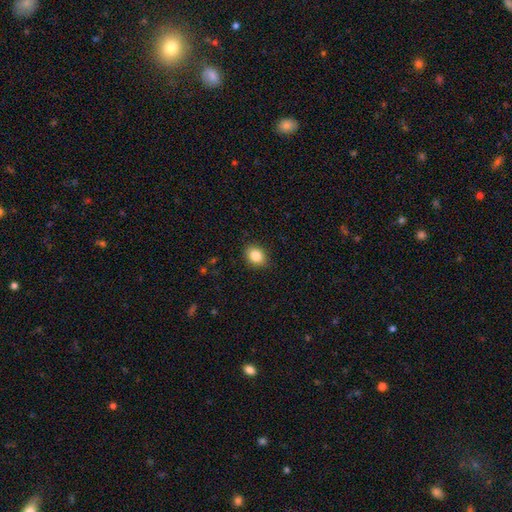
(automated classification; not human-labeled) smooth-or-featured: smooth: 85% | star or artifact: 9% | featured or disk: 6%
  how-rounded: in between: 59% | round: 40% | cigar-shaped: 1%
  merging: none: 87% | minor disturbance: 9% | major disturbance: 2% | merger: 1%